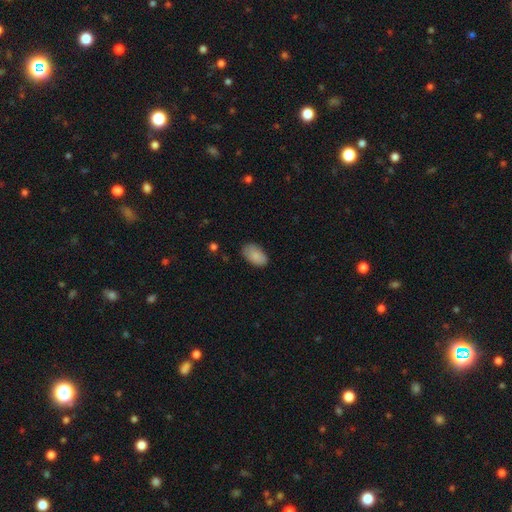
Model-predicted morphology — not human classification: Smooth or featured? Predicted: smooth (p=0.85). How rounded? Predicted: in between (p=0.94). Merging? Predicted: none (p=0.76).